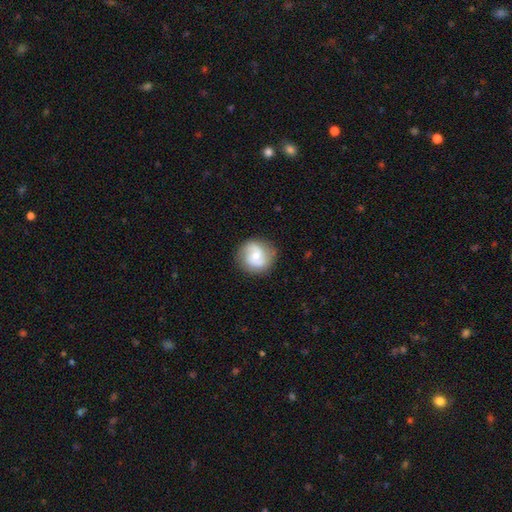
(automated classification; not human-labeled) Smooth or featured: featured or disk — 59% (smooth — 34%)
Edge-on disk: no — 97% (yes — 3%)
Bar: no — 54% (weak — 37%)
Spiral arms: yes — 87% (no — 13%)
Spiral winding: medium — 45% (loose — 29%)
Spiral arm count: 2 — 84% (can't tell — 8%)
Bulge size: moderate — 52% (small — 41%)
Merging: none — 83% (minor disturbance — 12%)